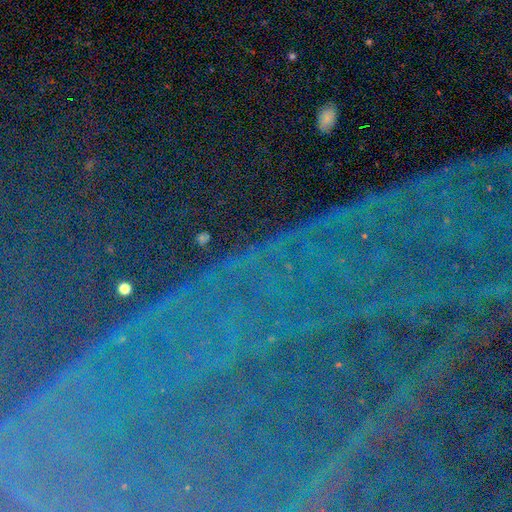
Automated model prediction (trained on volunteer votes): smooth-or-featured: star or artifact: 87% | featured or disk: 7% | smooth: 6%